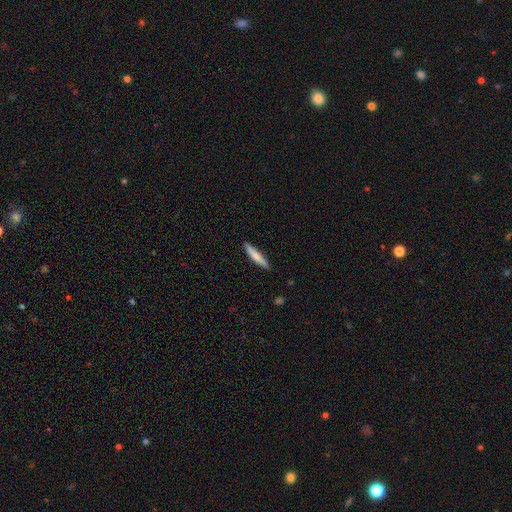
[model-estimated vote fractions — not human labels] Smooth or featured? Predicted: smooth (p=0.75). How rounded? Predicted: cigar-shaped (p=0.91). Merging? Predicted: none (p=0.89).